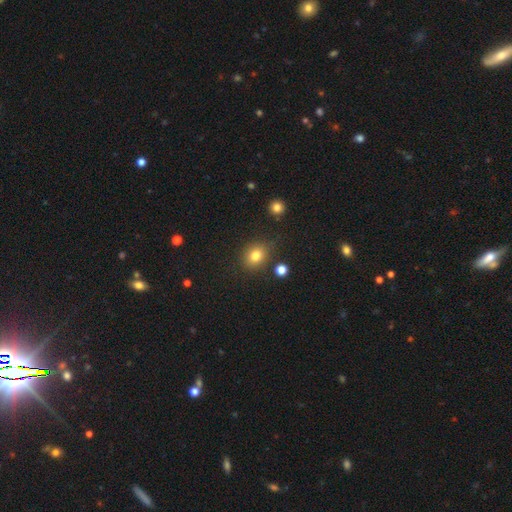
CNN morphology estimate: This is clearly a smooth galaxy (80%). How rounded: likely round (63%). Merging: clearly none (81%).